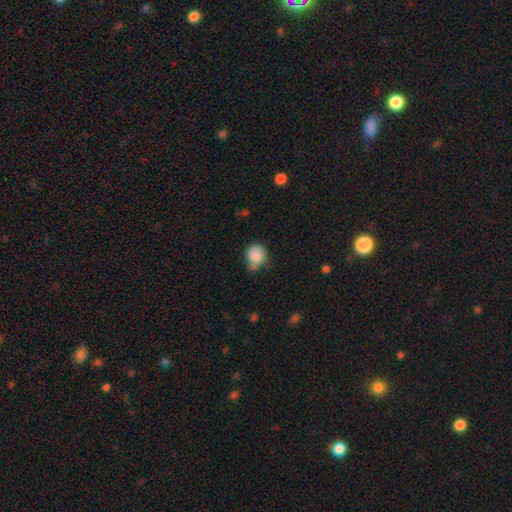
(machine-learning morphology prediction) Smooth or featured?
  - smooth: 86% *
  - star or artifact: 8%
  - featured or disk: 6%
How rounded?
  - round: 70% *
  - in between: 29%
  - cigar-shaped: 1%
Merging?
  - none: 45% *
  - minor disturbance: 40%
  - major disturbance: 9%
  - merger: 6%